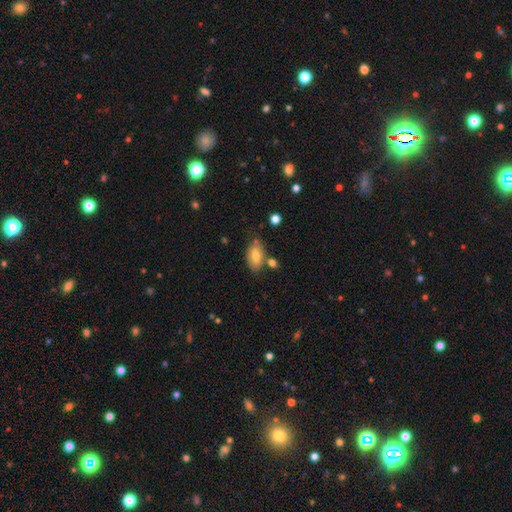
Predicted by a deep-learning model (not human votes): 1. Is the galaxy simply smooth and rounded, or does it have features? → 74% smooth, 18% featured or disk, 8% star or artifact.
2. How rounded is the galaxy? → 90% in between, 5% round, 4% cigar-shaped.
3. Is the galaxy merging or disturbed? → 68% none, 18% minor disturbance, 10% merger, 4% major disturbance.